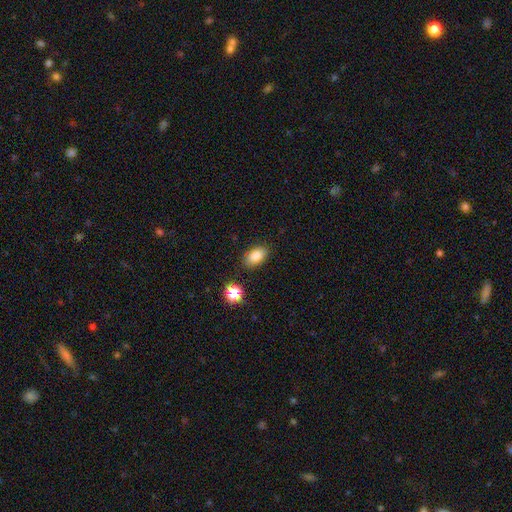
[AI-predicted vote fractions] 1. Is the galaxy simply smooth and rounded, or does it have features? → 82% smooth, 10% star or artifact, 8% featured or disk.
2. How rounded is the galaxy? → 88% in between, 10% round, 2% cigar-shaped.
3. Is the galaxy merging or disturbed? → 85% none, 10% minor disturbance, 3% major disturbance, 2% merger.